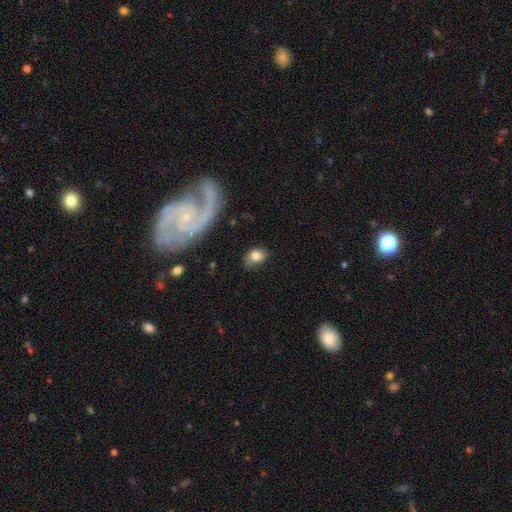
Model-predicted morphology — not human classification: smooth_or_featured: smooth (p=0.74) [alt: featured or disk p=0.17]
how_rounded: in between (p=0.57) [alt: round p=0.42]
merging: none (p=0.58) [alt: minor disturbance p=0.26]